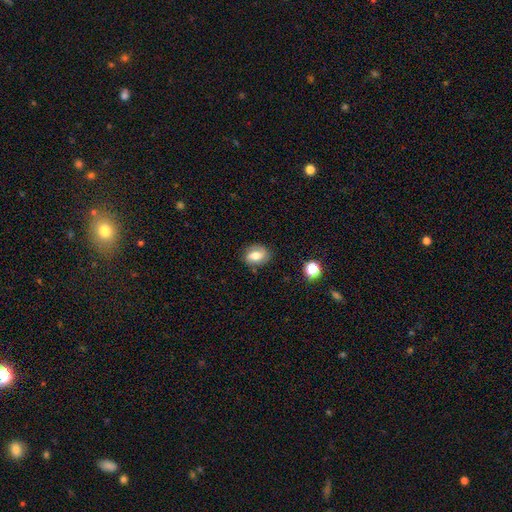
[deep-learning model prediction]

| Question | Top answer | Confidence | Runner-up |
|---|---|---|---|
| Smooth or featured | smooth | 60% | featured or disk (29%) |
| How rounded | in between | 61% | round (37%) |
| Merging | none | 79% | minor disturbance (15%) |